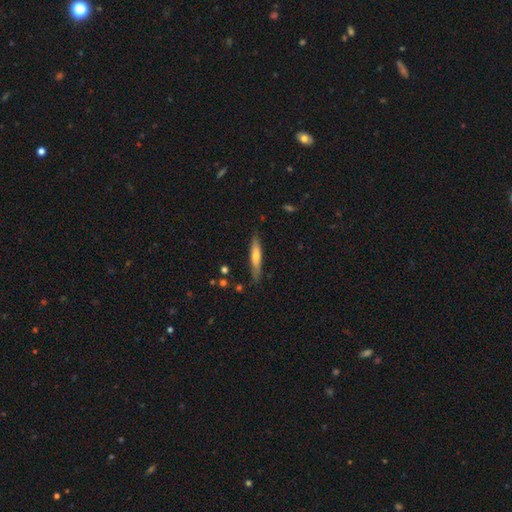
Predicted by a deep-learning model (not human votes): Smooth or featured: smooth — 52% (featured or disk — 42%)
How rounded: cigar-shaped — 90% (in between — 9%)
Merging: none — 84% (minor disturbance — 12%)